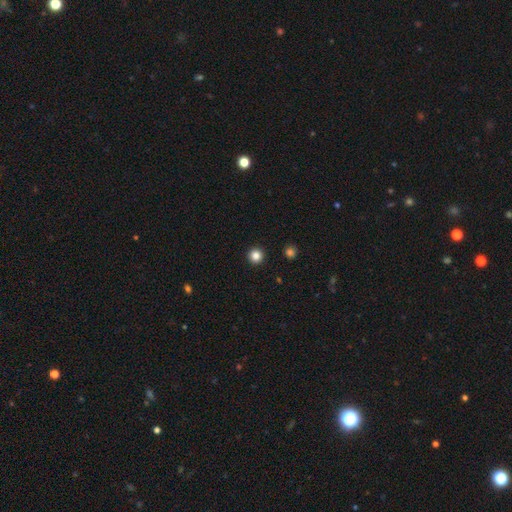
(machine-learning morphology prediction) This appears to be a smooth galaxy with no disk features (84%) that is round (96%). Merging: none (94%).